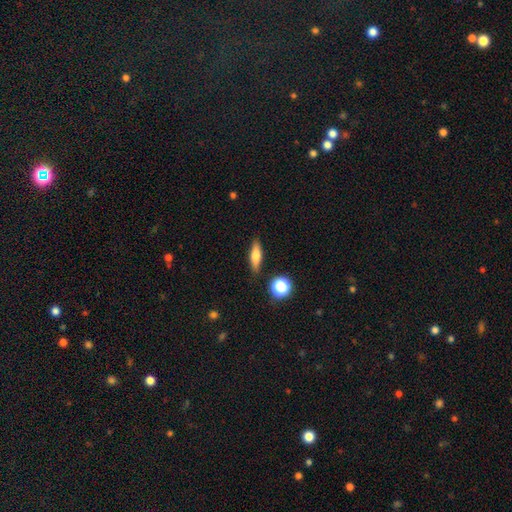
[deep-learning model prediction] This appears to be a smooth galaxy with no disk features (68%) that is cigar-shaped (51%). Merging: none (86%).